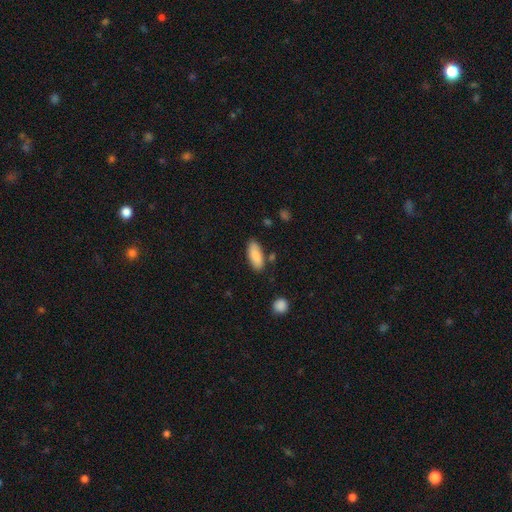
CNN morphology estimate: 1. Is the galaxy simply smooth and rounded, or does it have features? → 84% smooth, 9% featured or disk, 6% star or artifact.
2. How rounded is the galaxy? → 81% in between, 17% cigar-shaped, 2% round.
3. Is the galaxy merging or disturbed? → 80% none, 14% minor disturbance, 4% merger, 3% major disturbance.